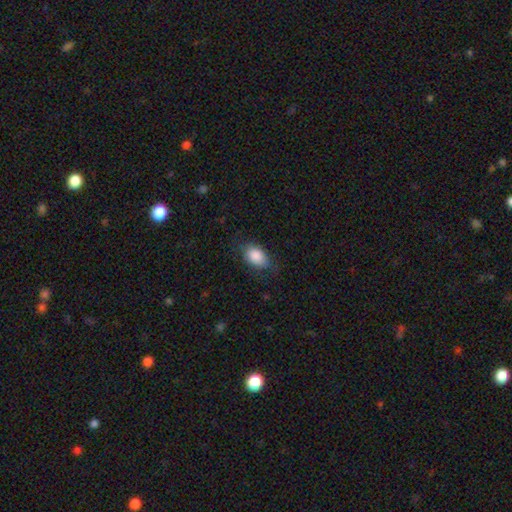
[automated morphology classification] This appears to be a smooth galaxy with no disk features (87%) that is in between round and cigar-shaped (87%). Merging: none (73%).